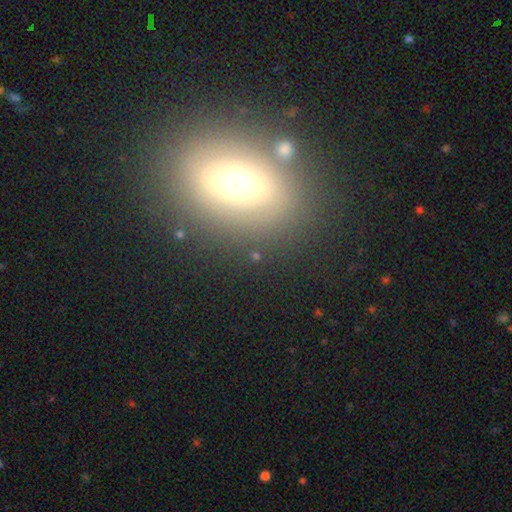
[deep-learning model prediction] A smooth galaxy with no disk features (47%). Merging: none (77%).